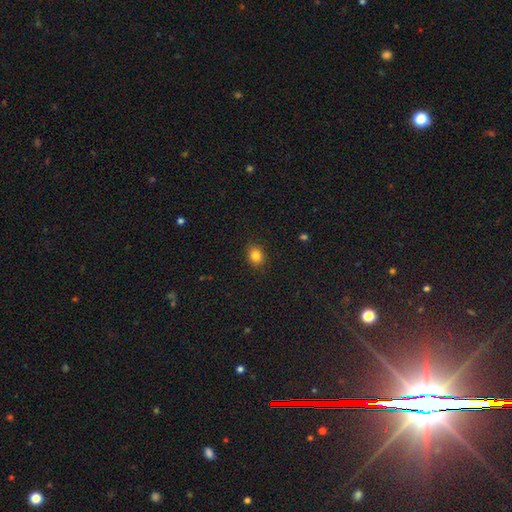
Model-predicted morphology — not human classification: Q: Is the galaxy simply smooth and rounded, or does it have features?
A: smooth — 84%.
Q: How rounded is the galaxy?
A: round — 50%.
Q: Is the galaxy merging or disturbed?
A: none — 88%.